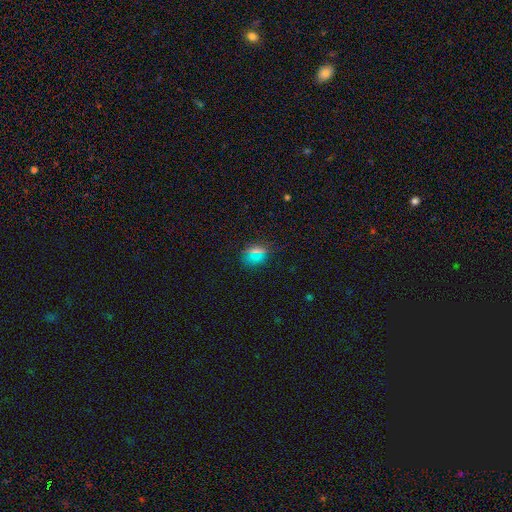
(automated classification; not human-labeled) A smooth galaxy with no disk features (67%) that is round (63%). Merging: none (84%).